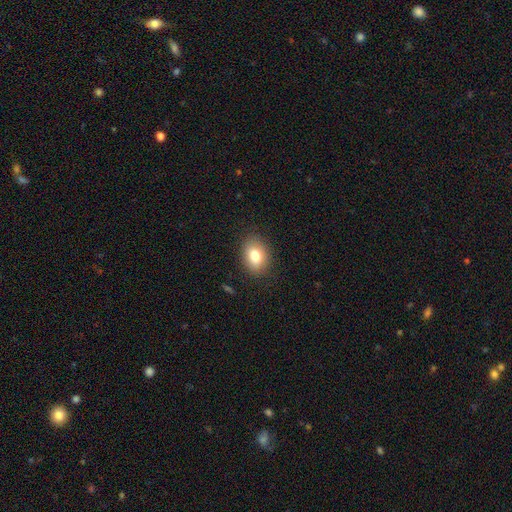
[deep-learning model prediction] Smooth or featured? smooth (80%)
How rounded? in between (71%)
Merging? none (86%)